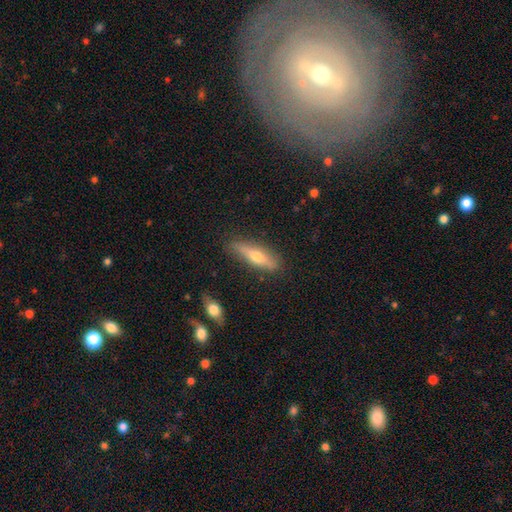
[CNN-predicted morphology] A featured or disk galaxy (47%).

Vote fractions:
- Smooth or featured? featured or disk: 47% / smooth: 46% / star or artifact: 8%
- Merging? none: 83% / minor disturbance: 12% / major disturbance: 3% / merger: 2%